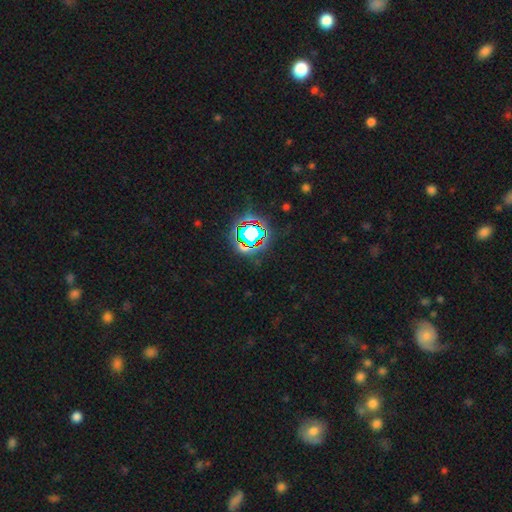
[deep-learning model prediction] Smooth or featured? star or artifact (80%)